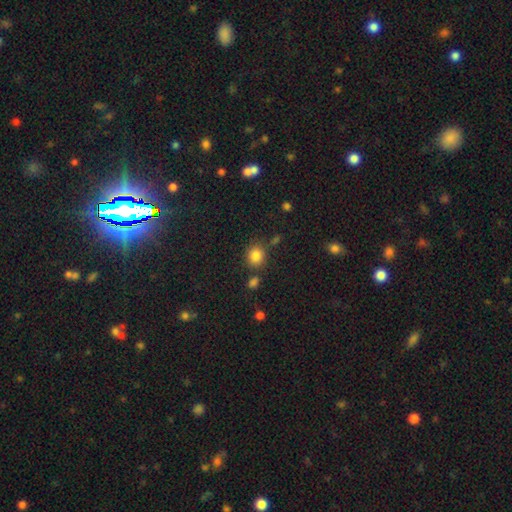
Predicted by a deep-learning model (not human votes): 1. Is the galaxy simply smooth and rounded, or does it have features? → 83% smooth, 12% star or artifact, 5% featured or disk.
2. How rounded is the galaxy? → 76% round, 23% in between, 1% cigar-shaped.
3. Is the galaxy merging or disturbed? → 75% none, 12% minor disturbance, 9% merger, 4% major disturbance.